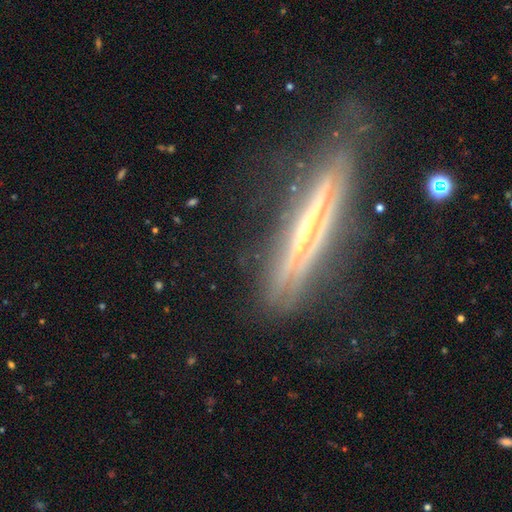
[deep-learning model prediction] The model was most divided on "edge-on bulge": rounded: 54%, none: 36%, boxy: 10%. More confident: edge-on disk — yes (89%); merging — none (75%); smooth or featured — featured or disk (74%).